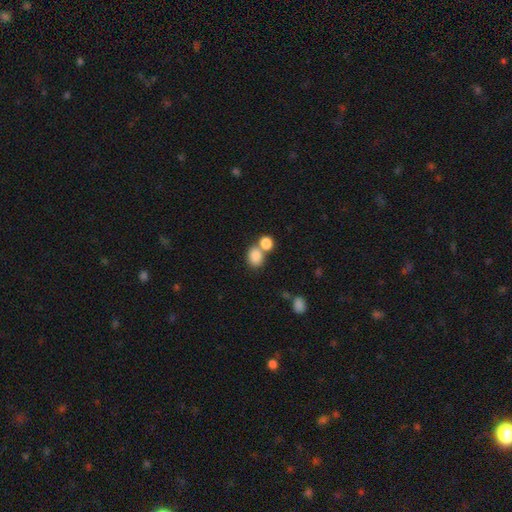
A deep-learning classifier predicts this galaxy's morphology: A smooth galaxy with no disk features (84%) that is in between round and cigar-shaped (50%). Merging: merger (44%).